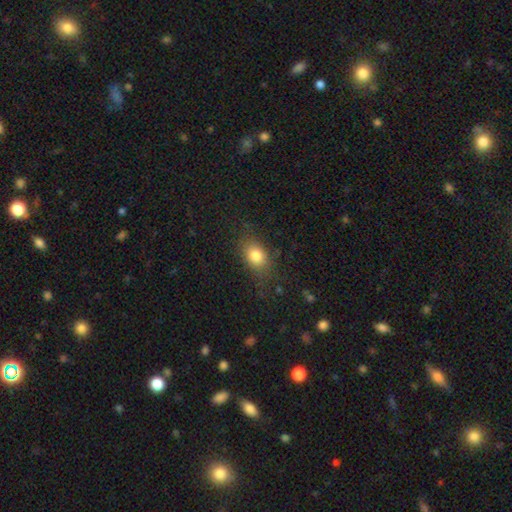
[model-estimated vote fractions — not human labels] Smooth or featured: smooth — 80% (star or artifact — 10%)
How rounded: in between — 65% (round — 32%)
Merging: none — 74% (minor disturbance — 17%)